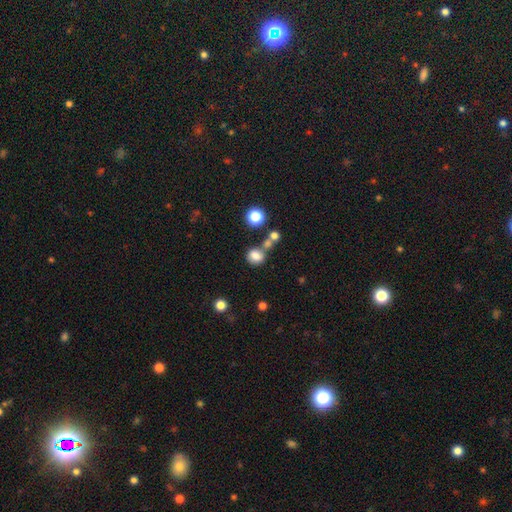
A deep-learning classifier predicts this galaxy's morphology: This is likely a smooth galaxy (79%). How rounded: likely round (69%). Merging: possibly none (56%).